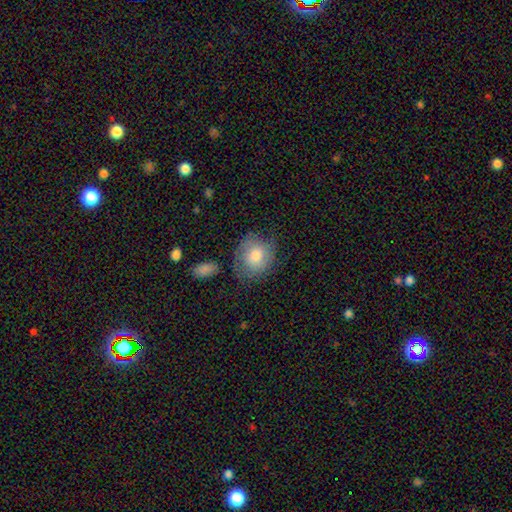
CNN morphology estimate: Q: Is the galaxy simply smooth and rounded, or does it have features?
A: smooth — 73%.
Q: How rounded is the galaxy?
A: round — 73%.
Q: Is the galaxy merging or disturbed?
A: none — 66%.